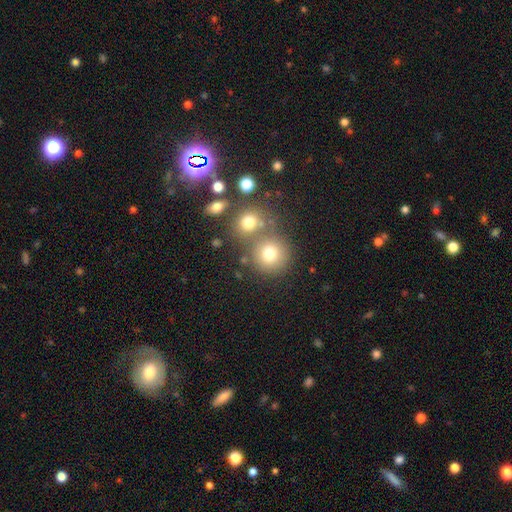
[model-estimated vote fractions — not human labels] This appears to be a smooth galaxy with no disk features (54%) that is round (90%). Merging: none (63%).